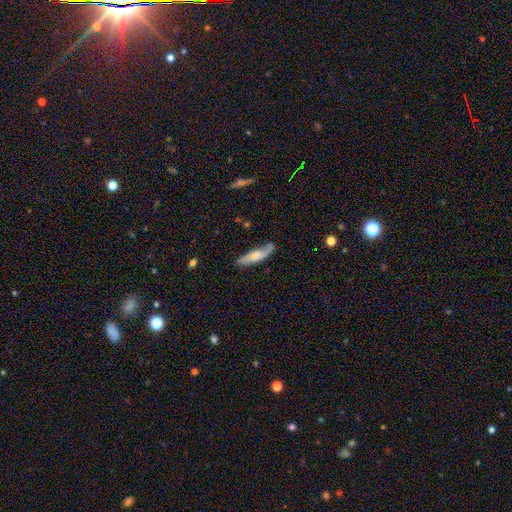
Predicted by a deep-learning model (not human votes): The model was most divided on "smooth or featured": smooth: 49%, featured or disk: 45%, star or artifact: 6%. More confident: merging — none (65%).